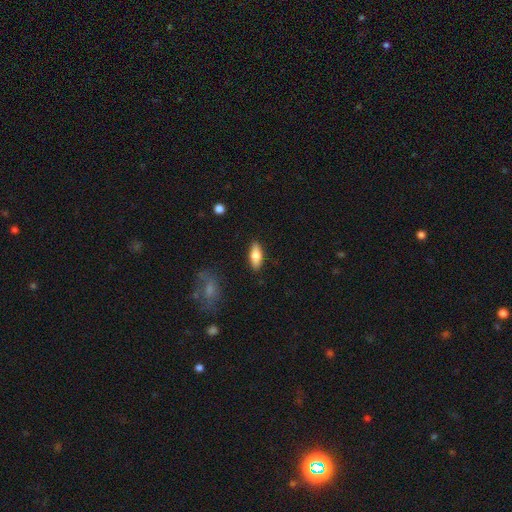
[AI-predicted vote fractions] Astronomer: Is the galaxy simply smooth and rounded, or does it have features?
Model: smooth — 72%.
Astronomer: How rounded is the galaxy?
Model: in between — 73%.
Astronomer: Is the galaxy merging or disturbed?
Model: none — 88%.